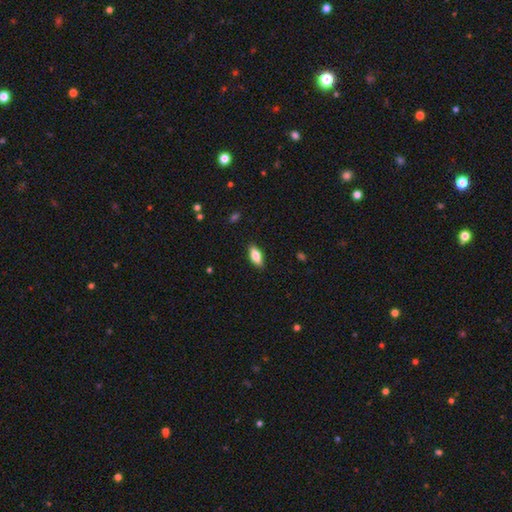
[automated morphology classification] Smooth or featured? smooth (72%)
How rounded? in between (79%)
Merging? none (88%)